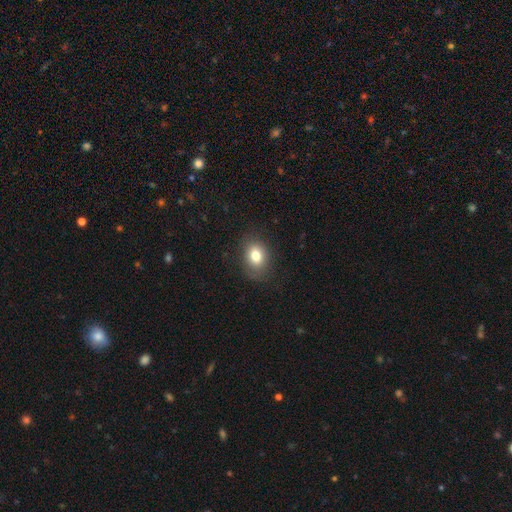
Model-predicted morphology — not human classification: Smooth or featured? smooth (79%)
How rounded? in between (62%)
Merging? none (80%)